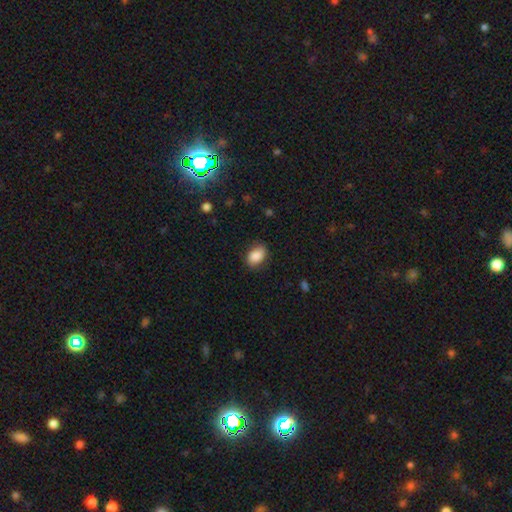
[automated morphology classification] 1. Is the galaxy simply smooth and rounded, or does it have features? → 87% smooth, 7% star or artifact, 6% featured or disk.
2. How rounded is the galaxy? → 84% in between, 15% round, 1% cigar-shaped.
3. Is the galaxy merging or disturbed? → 81% none, 14% minor disturbance, 3% major disturbance, 1% merger.